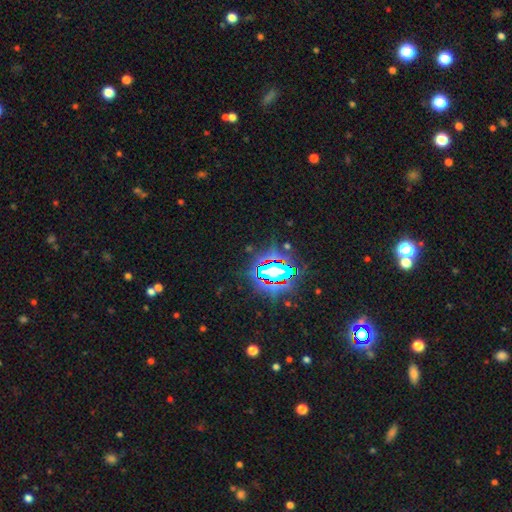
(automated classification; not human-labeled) Smooth or featured? star or artifact (82%)